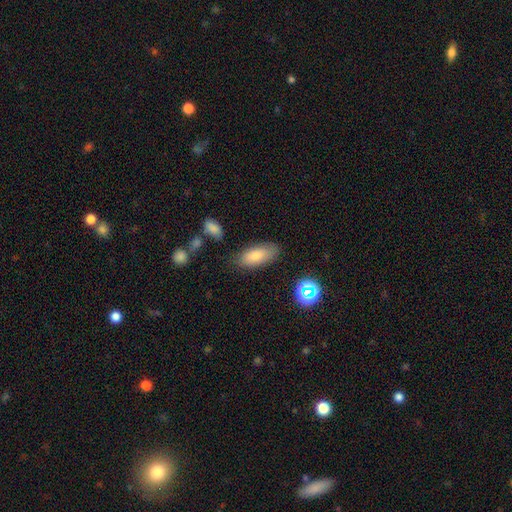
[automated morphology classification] smooth-or-featured: smooth: 82% | featured or disk: 10% | star or artifact: 8%
  how-rounded: in between: 86% | cigar-shaped: 11% | round: 2%
  merging: none: 79% | minor disturbance: 14% | major disturbance: 4% | merger: 3%